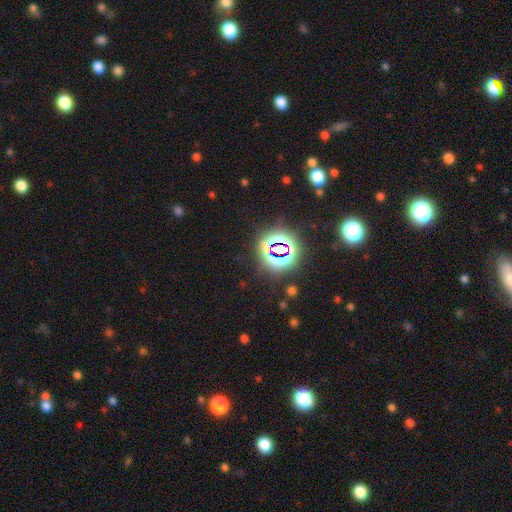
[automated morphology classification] The model was most divided on "smooth or featured": star or artifact: 78%, smooth: 15%, featured or disk: 8%.